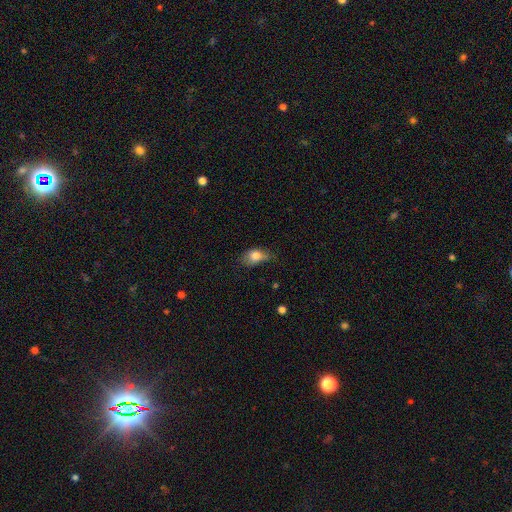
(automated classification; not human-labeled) Smooth or featured: smooth — 79% (featured or disk — 12%)
How rounded: in between — 76% (round — 21%)
Merging: minor disturbance — 42% (none — 34%)